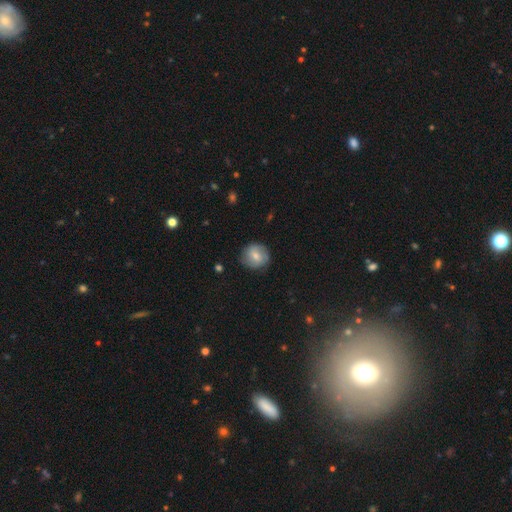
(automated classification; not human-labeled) This is possibly a smooth galaxy (58%). How rounded: clearly round (87%). Merging: clearly none (80%).